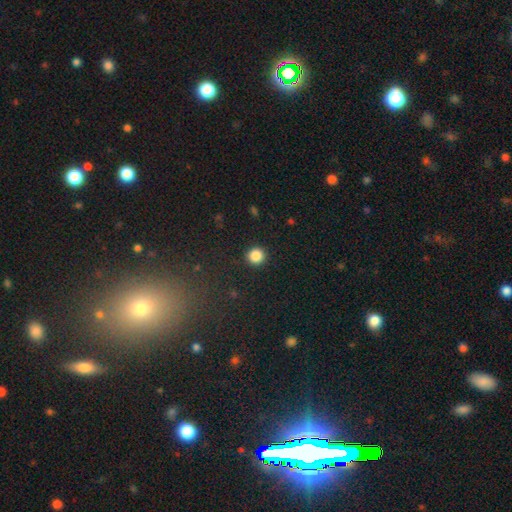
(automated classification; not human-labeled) smooth-or-featured: smooth: 86% | star or artifact: 10% | featured or disk: 4%
  how-rounded: round: 94% | in between: 5% | cigar-shaped: 1%
  merging: none: 92% | minor disturbance: 5% | major disturbance: 2% | merger: 1%